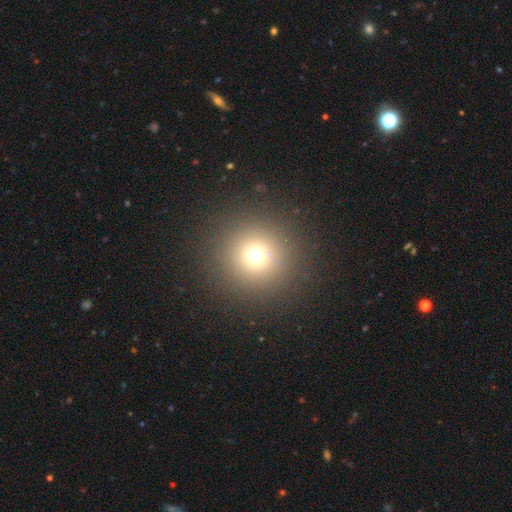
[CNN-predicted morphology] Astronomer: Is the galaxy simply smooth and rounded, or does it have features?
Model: smooth — 69%.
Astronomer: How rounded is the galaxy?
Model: round — 96%.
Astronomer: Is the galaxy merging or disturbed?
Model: none — 90%.